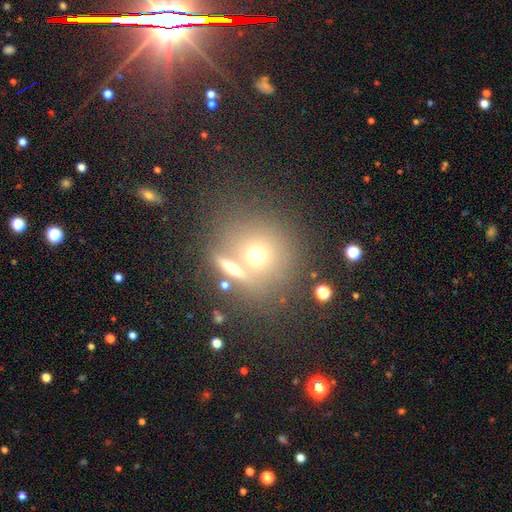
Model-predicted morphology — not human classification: Smooth or featured? smooth (61%)
How rounded? round (88%)
Merging? none (60%)